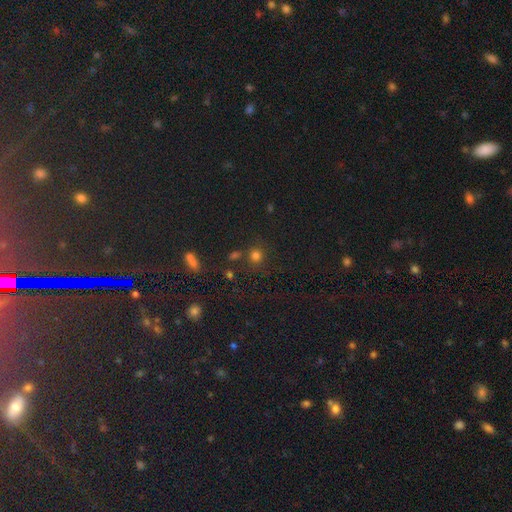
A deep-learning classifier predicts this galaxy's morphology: Q: Smooth or featured?
A: smooth (72%); runner-up: star or artifact (22%)
Q: How rounded?
A: round (85%); runner-up: in between (14%)
Q: Merging?
A: none (73%); runner-up: minor disturbance (11%)